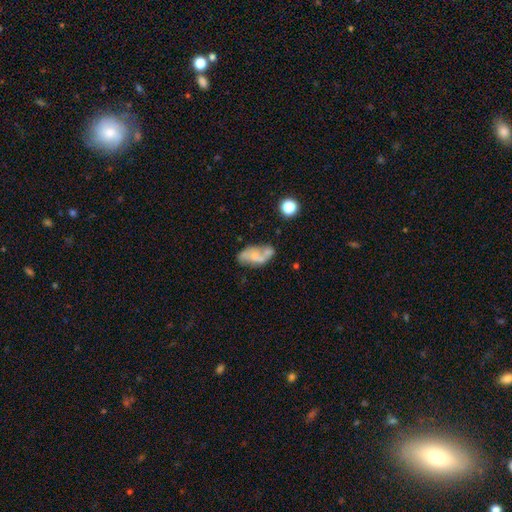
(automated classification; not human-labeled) This appears to be a featured or disk galaxy (53%) with no bar (74%), spiral arms (52%) and no central bulge (46%). Merging: none (39%).